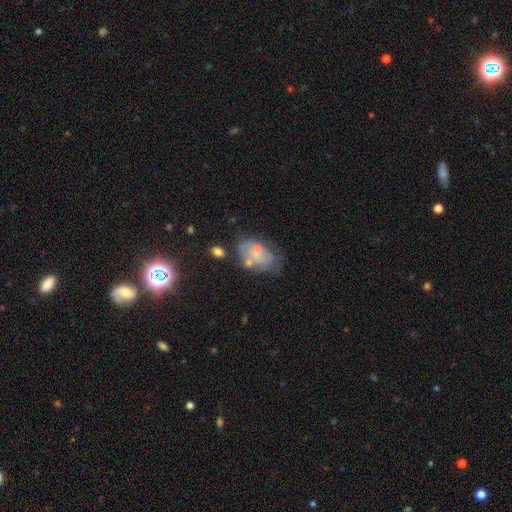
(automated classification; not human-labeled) Smooth or featured? Predicted: smooth (p=0.45). Merging? Predicted: none (p=0.41).